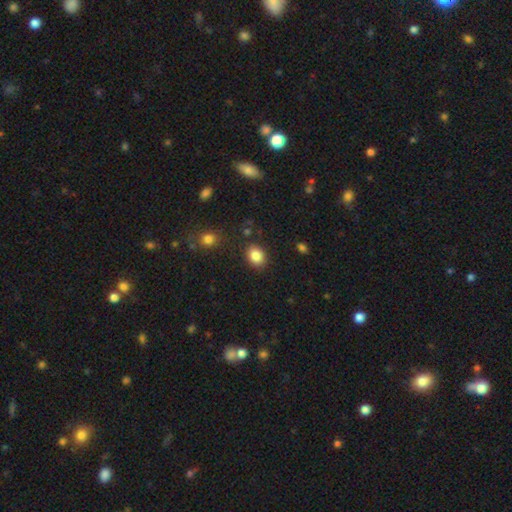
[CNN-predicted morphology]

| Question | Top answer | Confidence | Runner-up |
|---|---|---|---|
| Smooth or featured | smooth | 85% | star or artifact (10%) |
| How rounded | in between | 50% | tied: round (50%) |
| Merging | none | 86% | minor disturbance (9%) |